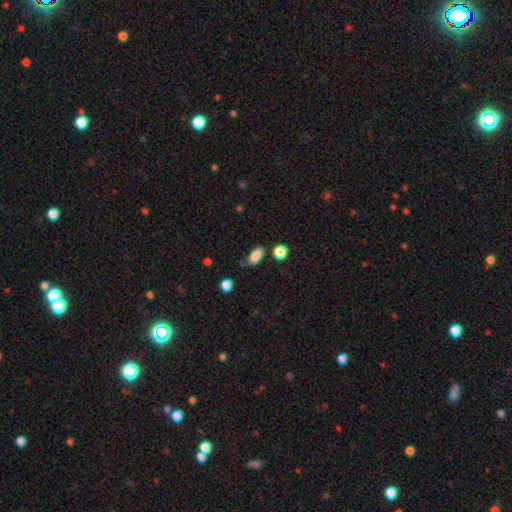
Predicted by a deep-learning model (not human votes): A smooth galaxy with no disk features (86%) that is in between round and cigar-shaped (89%).

Vote fractions:
- Smooth or featured? smooth: 86% / star or artifact: 9% / featured or disk: 5%
- How rounded? in between: 89% / cigar-shaped: 6% / round: 5%
- Merging? none: 71% / minor disturbance: 19% / merger: 6% / major disturbance: 5%